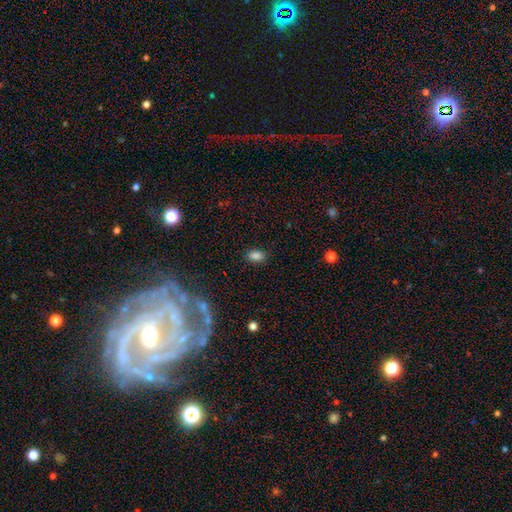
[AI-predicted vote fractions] This is clearly a smooth galaxy (85%). How rounded: clearly in between (87%). Merging: clearly none (87%).